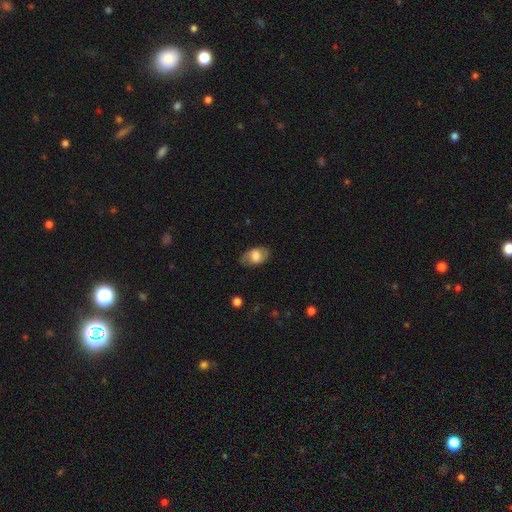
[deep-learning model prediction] Q: Smooth or featured?
A: smooth (61%); runner-up: featured or disk (32%)
Q: How rounded?
A: in between (88%); runner-up: round (10%)
Q: Merging?
A: none (74%); runner-up: minor disturbance (19%)